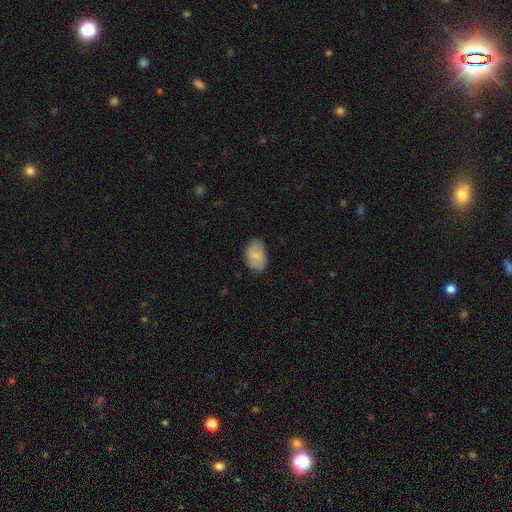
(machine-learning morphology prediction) This is likely a smooth galaxy (75%). How rounded: clearly in between (87%). Merging: likely none (78%).